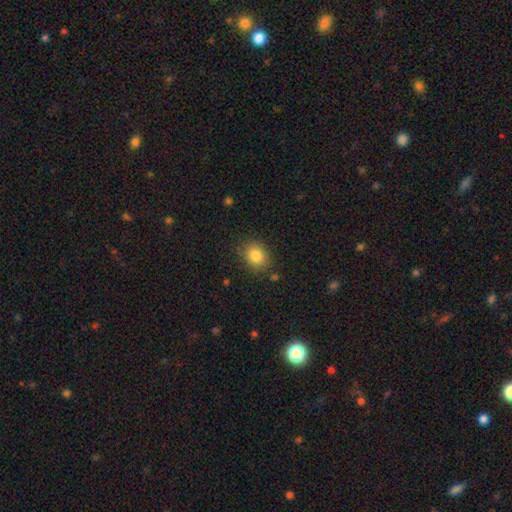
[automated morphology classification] Q: Smooth or featured?
A: smooth (84%); runner-up: star or artifact (10%)
Q: How rounded?
A: round (54%); runner-up: in between (45%)
Q: Merging?
A: none (83%); runner-up: minor disturbance (12%)